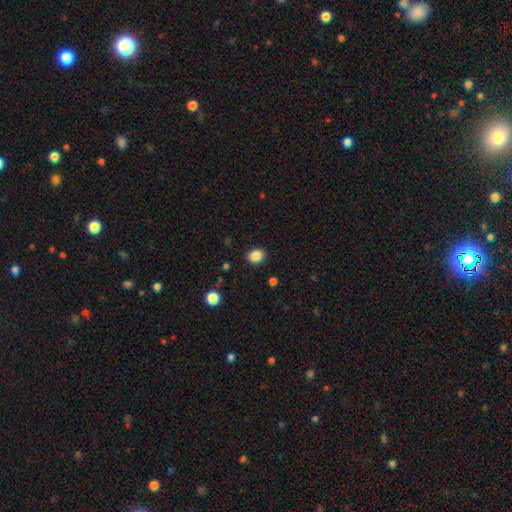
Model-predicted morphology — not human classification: Smooth or featured?
  - smooth: 86% *
  - star or artifact: 10%
  - featured or disk: 3%
How rounded?
  - round: 63% *
  - in between: 36%
  - cigar-shaped: 1%
Merging?
  - none: 90% *
  - minor disturbance: 7%
  - major disturbance: 2%
  - merger: 1%